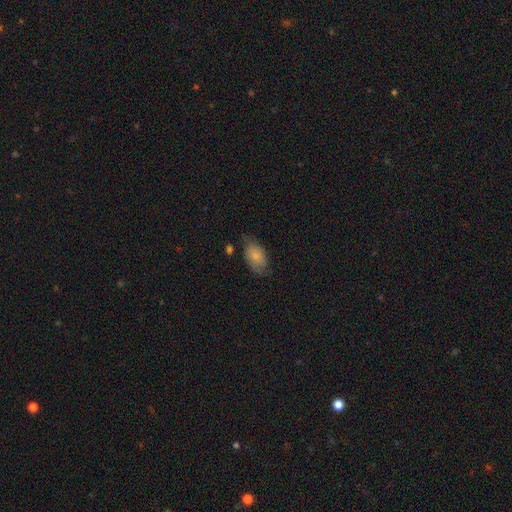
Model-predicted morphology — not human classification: This is likely a smooth galaxy (72%). How rounded: clearly in between (90%). Merging: possibly none (55%).